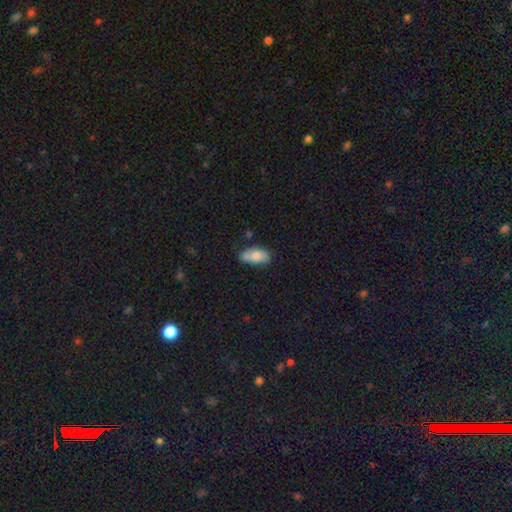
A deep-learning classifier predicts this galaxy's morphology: A smooth galaxy with no disk features (76%) that is in between round and cigar-shaped (93%). Merging: none (72%).